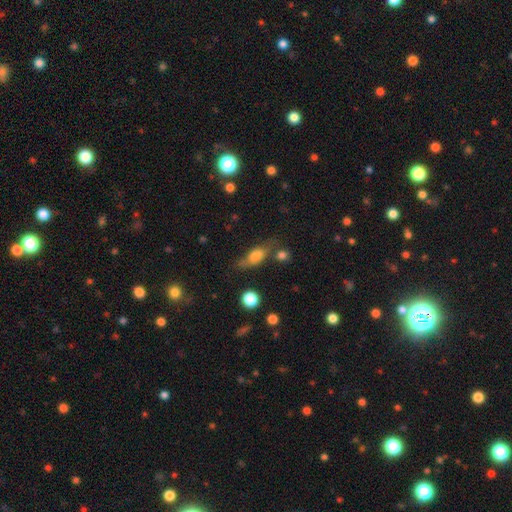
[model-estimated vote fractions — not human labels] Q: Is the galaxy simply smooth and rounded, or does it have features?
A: smooth — 67%.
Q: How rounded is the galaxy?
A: in between — 69%.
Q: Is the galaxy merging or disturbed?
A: none — 50%.